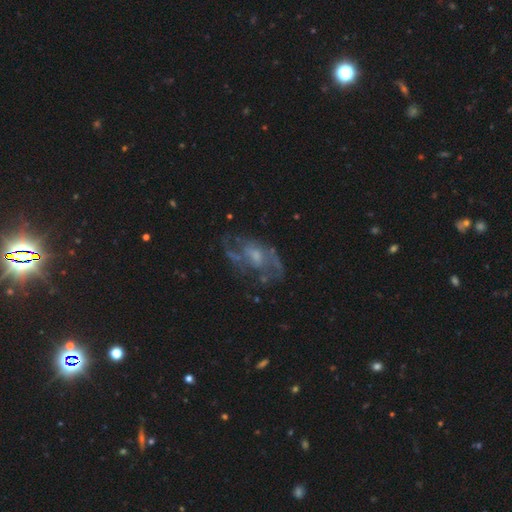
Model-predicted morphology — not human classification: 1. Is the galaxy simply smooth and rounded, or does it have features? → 75% featured or disk, 14% smooth, 11% star or artifact.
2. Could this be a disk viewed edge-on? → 95% no, 5% yes.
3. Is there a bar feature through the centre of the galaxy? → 63% no, 31% weak, 6% strong.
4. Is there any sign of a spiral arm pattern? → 72% yes, 28% no.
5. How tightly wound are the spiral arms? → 44% medium, 32% loose, 24% tight.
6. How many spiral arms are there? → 44% 2, 34% can't tell, 9% 3, 5% 1, 4% 4, 3% more than 4.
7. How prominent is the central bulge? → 48% small, 36% moderate, 11% none, 4% large, 1% dominant.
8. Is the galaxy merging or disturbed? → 61% none, 18% minor disturbance, 18% major disturbance, 3% merger.